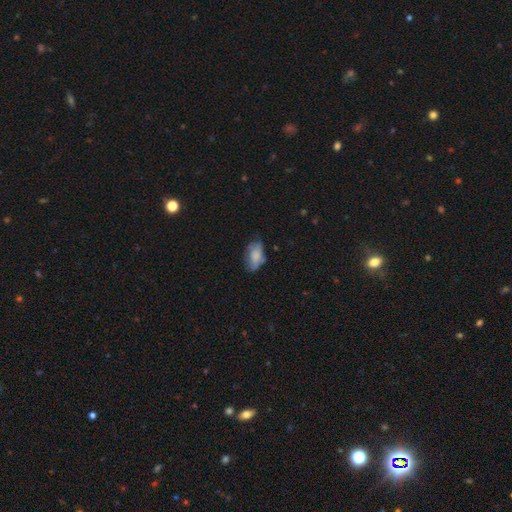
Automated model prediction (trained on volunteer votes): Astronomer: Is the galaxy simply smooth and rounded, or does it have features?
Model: smooth — 73%.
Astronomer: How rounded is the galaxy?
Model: in between — 91%.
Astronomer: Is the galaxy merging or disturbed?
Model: none — 53% (runner-up: minor disturbance, 32%).